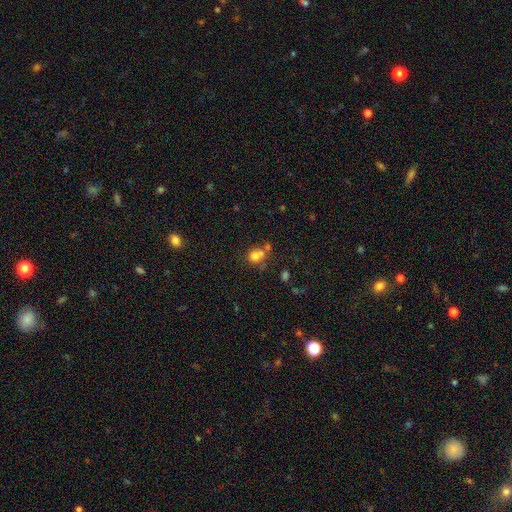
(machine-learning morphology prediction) smooth 73%, star or artifact 14%, featured or disk 13%. Down the decision tree: how rounded — round (76%); merging — none (42%).